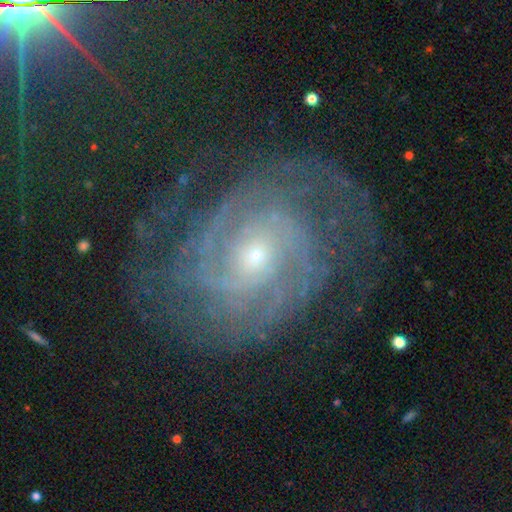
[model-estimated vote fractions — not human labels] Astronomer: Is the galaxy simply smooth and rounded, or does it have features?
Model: featured or disk — 86%.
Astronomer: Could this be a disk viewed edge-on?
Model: no — 97%.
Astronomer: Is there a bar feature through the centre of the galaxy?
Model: no — 65%.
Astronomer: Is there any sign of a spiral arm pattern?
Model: yes — 98%.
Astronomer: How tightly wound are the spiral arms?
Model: tight — 70%.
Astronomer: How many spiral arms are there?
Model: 2 — 36% (runner-up: can't tell, 22%).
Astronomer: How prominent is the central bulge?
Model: small — 77%.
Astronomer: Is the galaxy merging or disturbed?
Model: none — 74%.